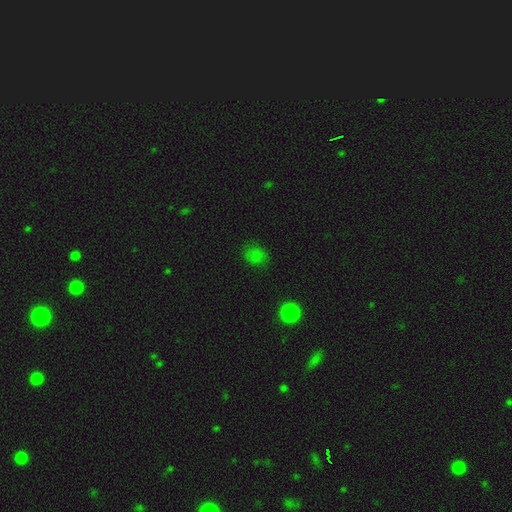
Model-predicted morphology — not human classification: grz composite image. It shows a smooth galaxy with no disk features (70%) that is round (58%). Merging: none (75%).